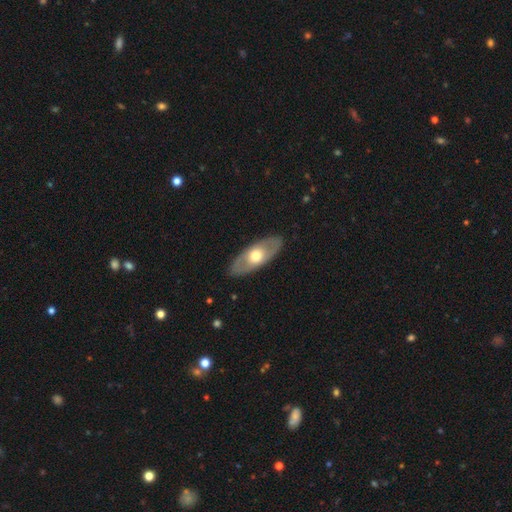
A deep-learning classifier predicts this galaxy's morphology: type=featured or disk (53%); edge-on=no (77%); merging=none (87%).